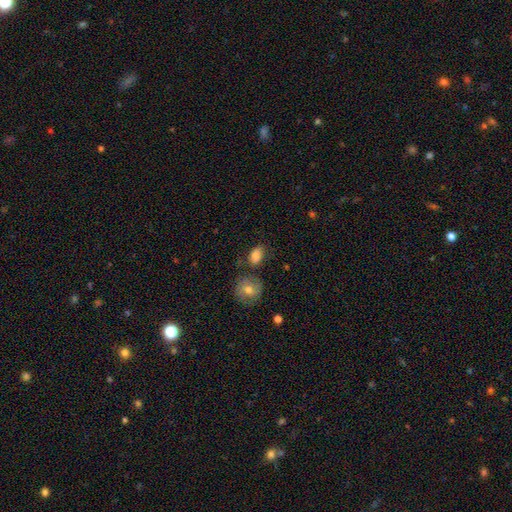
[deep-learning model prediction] Q: Smooth or featured?
A: smooth (82%); runner-up: featured or disk (10%)
Q: How rounded?
A: in between (80%); runner-up: round (18%)
Q: Merging?
A: none (66%); runner-up: minor disturbance (18%)